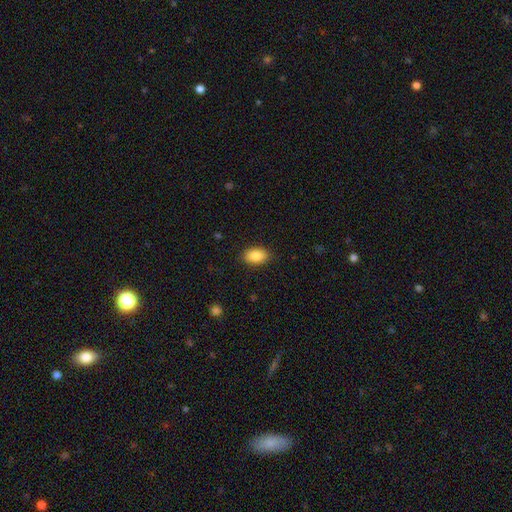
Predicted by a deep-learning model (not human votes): This is clearly a smooth galaxy (88%). How rounded: clearly in between (90%). Merging: clearly none (87%).